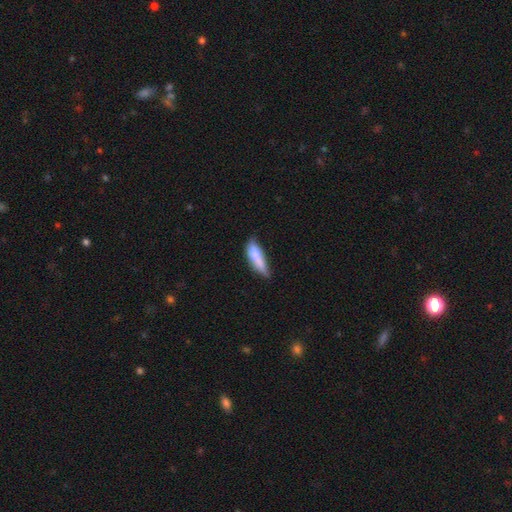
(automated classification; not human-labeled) smooth_or_featured: smooth (p=0.72) [alt: featured or disk p=0.21]
how_rounded: cigar-shaped (p=0.55) [alt: in between p=0.43]
merging: none (p=0.40) [alt: minor disturbance p=0.37]